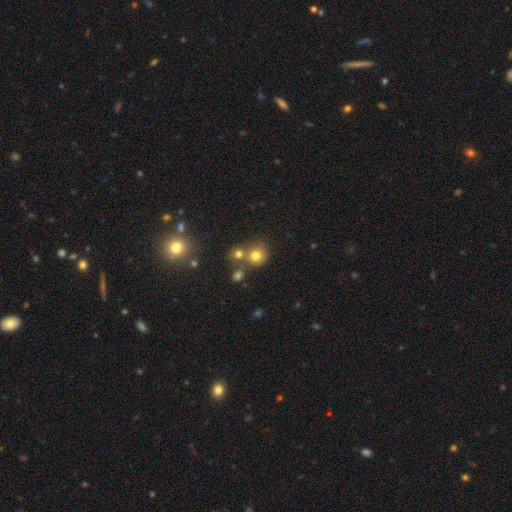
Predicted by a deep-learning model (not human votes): Morphology: type=smooth (74%); roundness=round (85%); merging=none (56%).